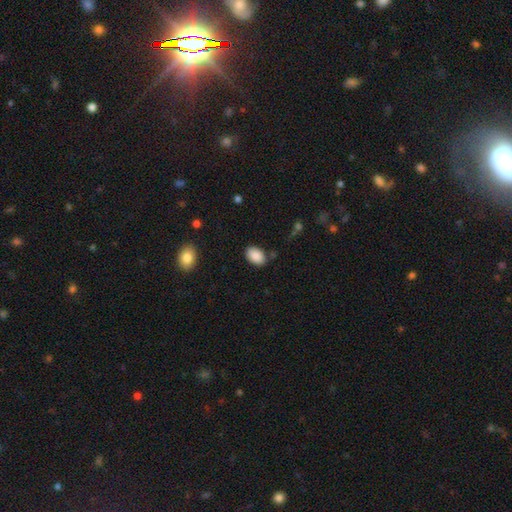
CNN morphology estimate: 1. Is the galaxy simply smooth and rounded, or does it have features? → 89% smooth, 7% star or artifact, 4% featured or disk.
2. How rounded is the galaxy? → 88% in between, 11% round, 1% cigar-shaped.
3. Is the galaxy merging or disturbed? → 83% none, 12% minor disturbance, 3% major disturbance, 2% merger.